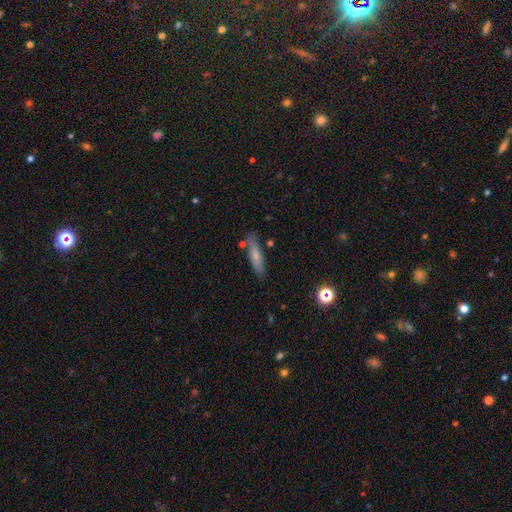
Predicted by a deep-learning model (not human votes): The model was most divided on "smooth or featured": smooth: 66%, featured or disk: 26%, star or artifact: 8%. More confident: merging — none (78%); how rounded — cigar-shaped (75%).